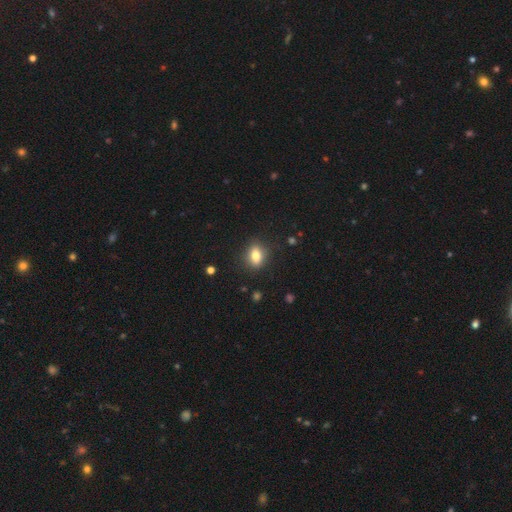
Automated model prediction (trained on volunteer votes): The model was most divided on "how rounded": in between: 70%, round: 26%, cigar-shaped: 4%. More confident: merging — none (85%); smooth or featured — smooth (77%).